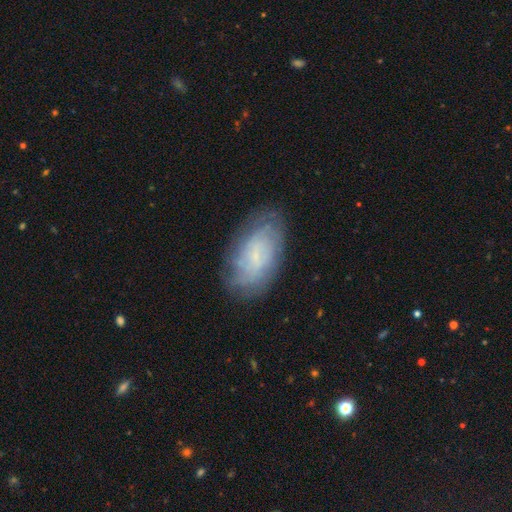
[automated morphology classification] A featured or disk galaxy (55%) with no bar (60%), spiral arms (79%) and a small central bulge (70%). Merging: none (77%).